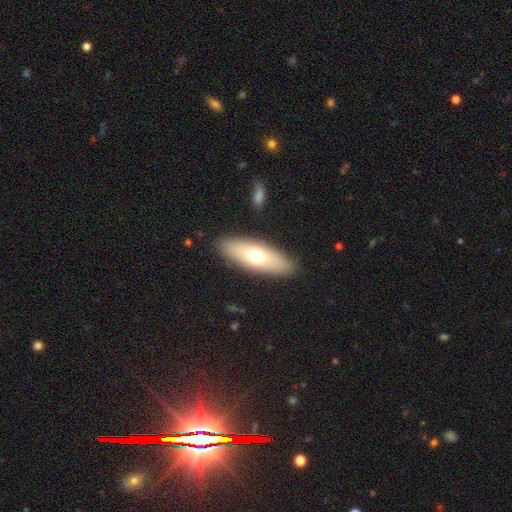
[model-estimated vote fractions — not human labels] A smooth galaxy with no disk features (64%) that is in between round and cigar-shaped (67%).

Vote fractions:
- Smooth or featured? smooth: 64% / featured or disk: 29% / star or artifact: 7%
- How rounded? in between: 67% / cigar-shaped: 29% / round: 3%
- Merging? none: 87% / minor disturbance: 8% / major disturbance: 3% / merger: 2%